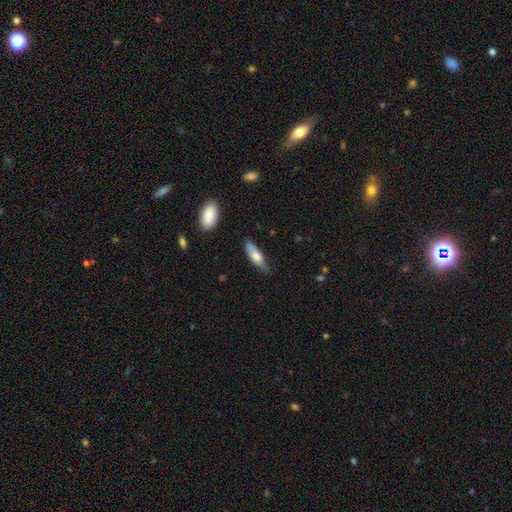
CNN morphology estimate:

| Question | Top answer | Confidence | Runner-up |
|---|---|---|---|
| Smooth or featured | smooth | 70% | featured or disk (24%) |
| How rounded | cigar-shaped | 50% | in between (48%) |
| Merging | none | 69% | minor disturbance (24%) |